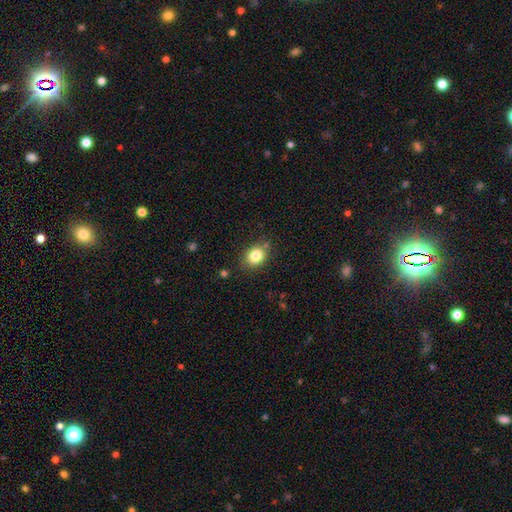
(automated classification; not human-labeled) A smooth galaxy with no disk features (82%) that is round (50%).

Vote fractions:
- Smooth or featured? smooth: 82% / star or artifact: 10% / featured or disk: 8%
- How rounded? round: 50% / in between: 49% / cigar-shaped: 1%
- Merging? none: 79% / minor disturbance: 14% / major disturbance: 4% / merger: 3%